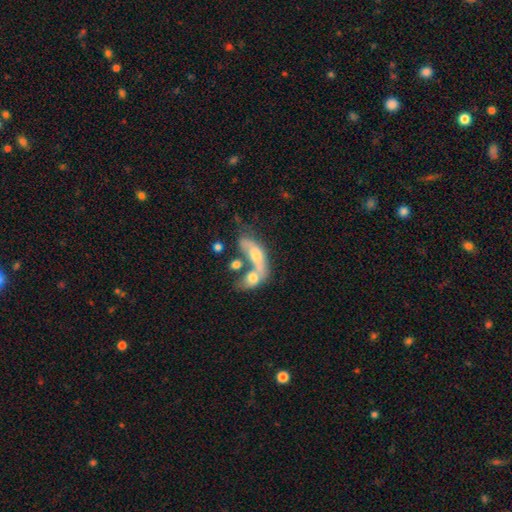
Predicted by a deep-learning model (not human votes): Smooth or featured? Predicted: smooth (p=0.47). Merging? Predicted: merger (p=0.66).